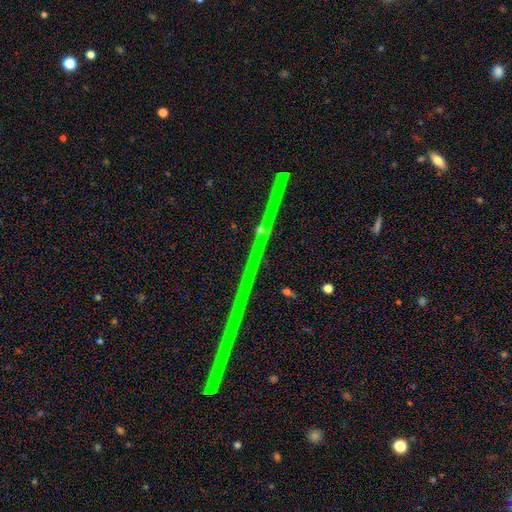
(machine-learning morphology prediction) Smooth or featured: star or artifact — 80% (featured or disk — 13%)